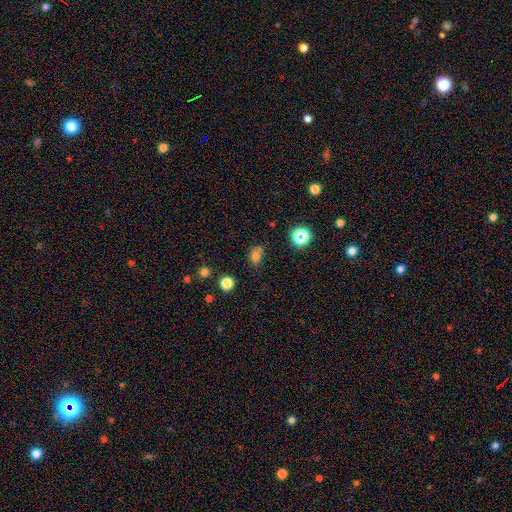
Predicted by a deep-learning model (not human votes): Smooth or featured: smooth — 69% (star or artifact — 23%)
How rounded: in between — 60% (round — 39%)
Merging: none — 58% (minor disturbance — 22%)